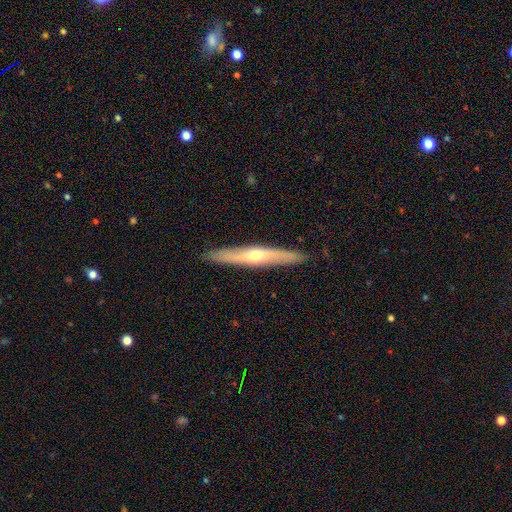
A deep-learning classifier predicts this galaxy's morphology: Smooth or featured: featured or disk — 65% (smooth — 30%)
Edge-on disk: yes — 92% (no — 8%)
Edge-on bulge: rounded — 84% (none — 13%)
Merging: none — 90% (minor disturbance — 7%)